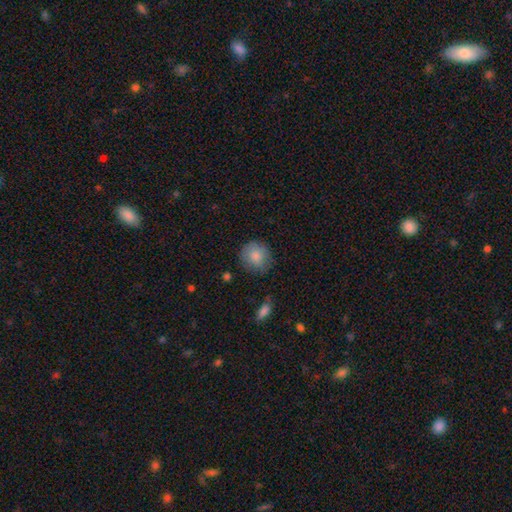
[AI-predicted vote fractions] A smooth galaxy with no disk features (83%) that is round (87%). Merging: none (77%).